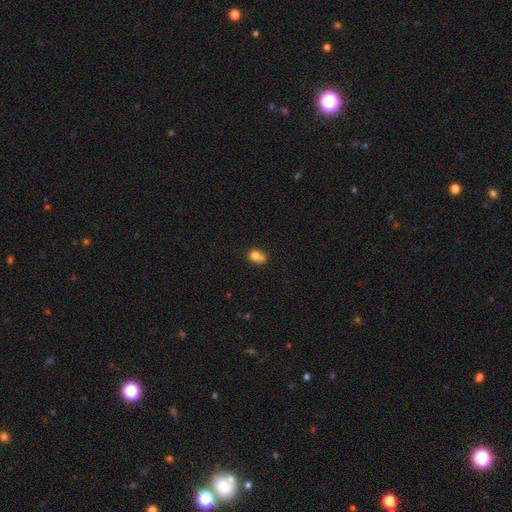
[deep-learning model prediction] smooth 80%, star or artifact 11%, featured or disk 9%. Down the decision tree: how rounded — in between (67%); merging — none (46%).